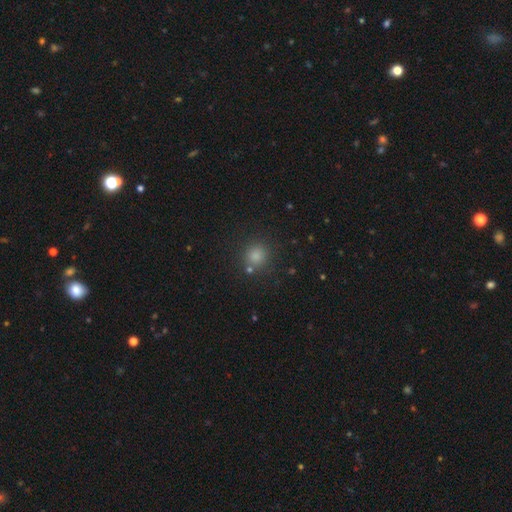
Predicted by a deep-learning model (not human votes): smooth 75%, star or artifact 19%, featured or disk 5%. Down the decision tree: how rounded — round (91%); merging — none (82%).